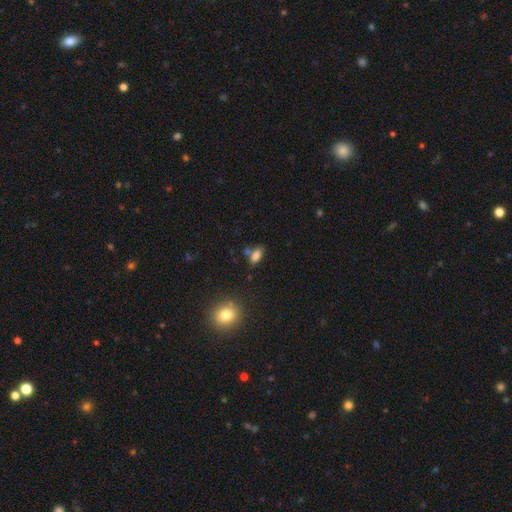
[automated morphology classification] A smooth galaxy with no disk features (80%) that is in between round and cigar-shaped (85%).

Vote fractions:
- Smooth or featured? smooth: 80% / star or artifact: 12% / featured or disk: 8%
- How rounded? in between: 85% / cigar-shaped: 8% / round: 7%
- Merging? none: 60% / merger: 19% / minor disturbance: 16% / major disturbance: 5%